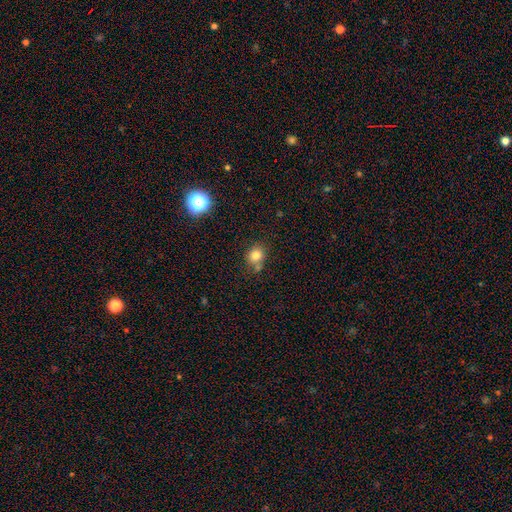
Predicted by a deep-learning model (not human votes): Smooth or featured?
  - smooth: 79% *
  - star or artifact: 13%
  - featured or disk: 8%
How rounded?
  - round: 76% *
  - in between: 24%
  - cigar-shaped: 1%
Merging?
  - none: 66% *
  - minor disturbance: 15%
  - merger: 15%
  - major disturbance: 4%